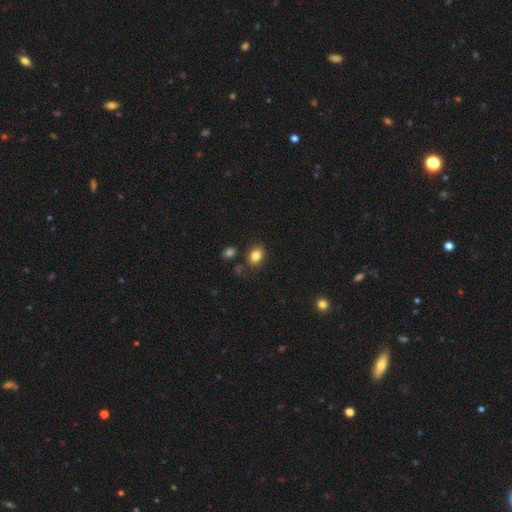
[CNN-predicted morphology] Smooth or featured?
  - smooth: 83% *
  - star or artifact: 10%
  - featured or disk: 7%
How rounded?
  - in between: 68% *
  - round: 31%
  - cigar-shaped: 1%
Merging?
  - none: 80% *
  - minor disturbance: 11%
  - merger: 5%
  - major disturbance: 3%